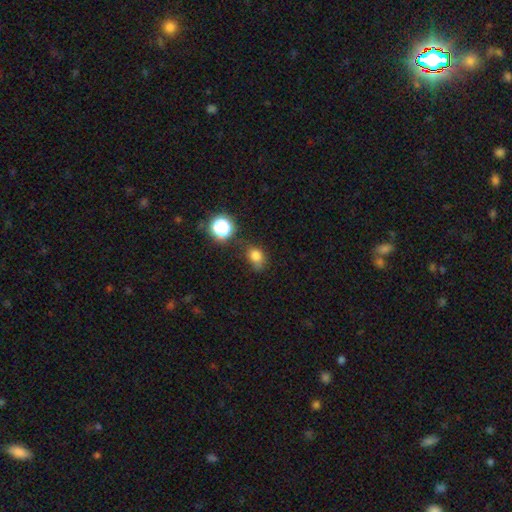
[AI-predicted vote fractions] smooth_or_featured: smooth (p=0.76) [alt: star or artifact p=0.16]
how_rounded: in between (p=0.55) [alt: round p=0.43]
merging: none (p=0.59) [alt: minor disturbance p=0.27]